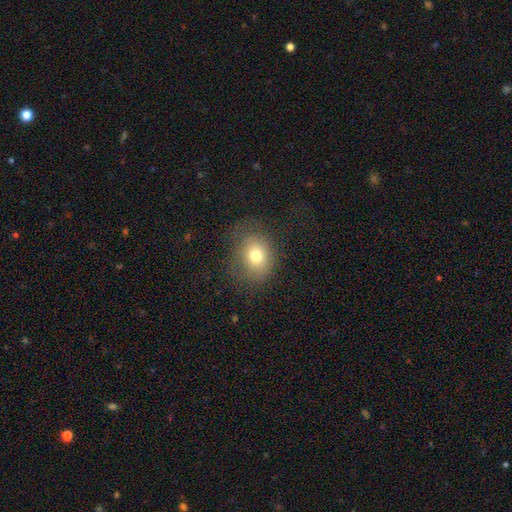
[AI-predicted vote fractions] This appears to be a smooth galaxy with no disk features (74%) that is round (52%). Merging: none (71%).